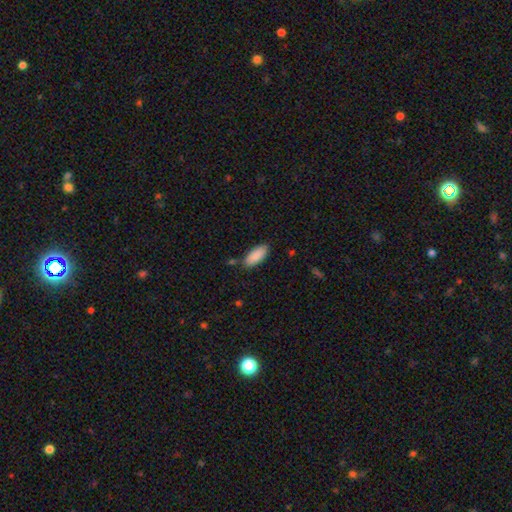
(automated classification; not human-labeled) Q: Smooth or featured?
A: smooth (89%); runner-up: star or artifact (6%)
Q: How rounded?
A: in between (82%); runner-up: cigar-shaped (16%)
Q: Merging?
A: none (79%); runner-up: minor disturbance (14%)